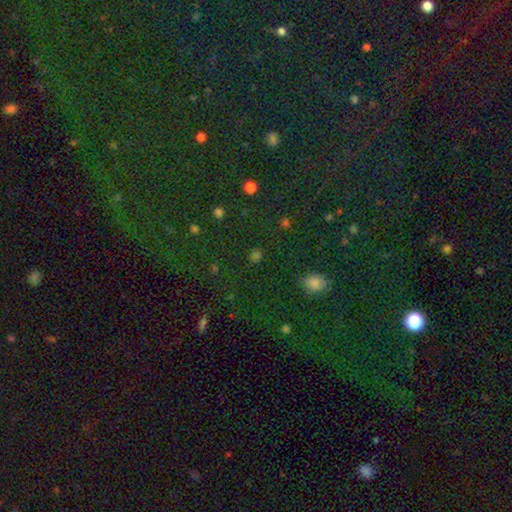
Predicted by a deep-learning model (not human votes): A smooth galaxy with no disk features (57%) that is round (71%). Merging: none (83%).